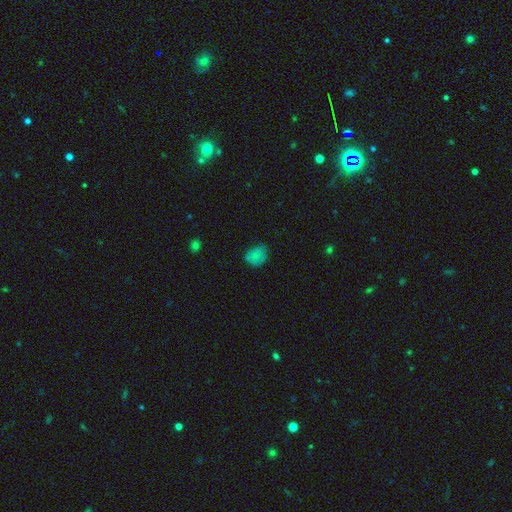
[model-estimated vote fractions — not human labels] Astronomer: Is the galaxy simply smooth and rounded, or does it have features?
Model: smooth — 79%.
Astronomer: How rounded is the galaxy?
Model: in between — 51% (runner-up: round, 48%).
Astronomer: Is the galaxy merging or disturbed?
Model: none — 60%.